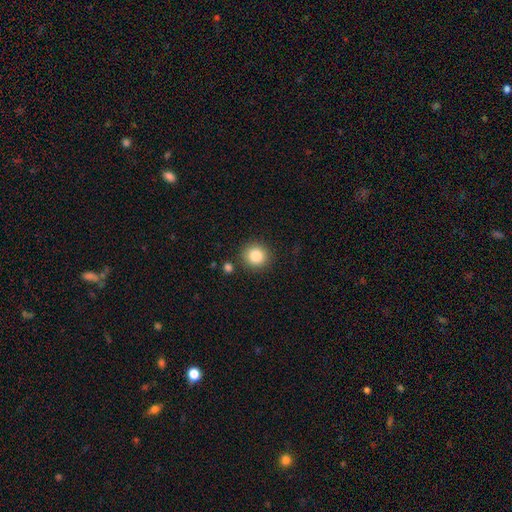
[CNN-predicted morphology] This appears to be a smooth galaxy with no disk features (84%) that is round (91%). Merging: none (86%).